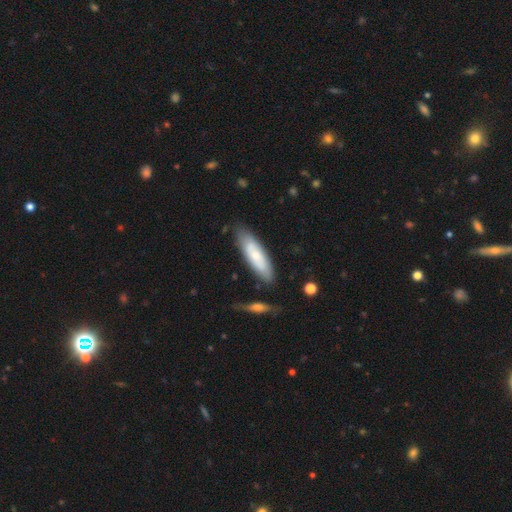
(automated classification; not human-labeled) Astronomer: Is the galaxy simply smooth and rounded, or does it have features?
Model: smooth — 64%.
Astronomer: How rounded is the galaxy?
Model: cigar-shaped — 58% (runner-up: in between, 40%).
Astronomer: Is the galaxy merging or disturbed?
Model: none — 77%.